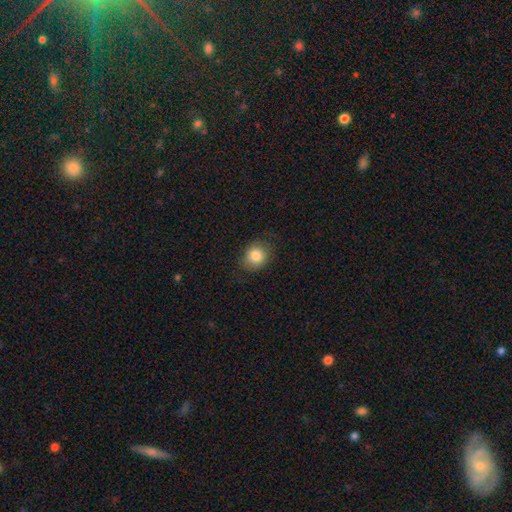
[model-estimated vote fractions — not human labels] This appears to be a smooth galaxy with no disk features (84%) that is round (69%). Merging: none (81%).